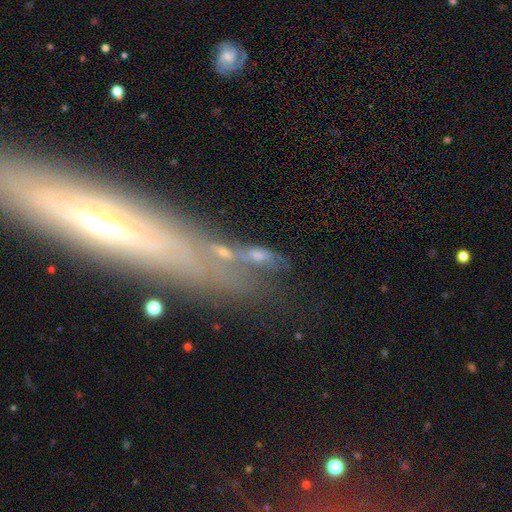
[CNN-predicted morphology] This is marginally a featured or disk galaxy (40%). Merging: marginally none (39%).